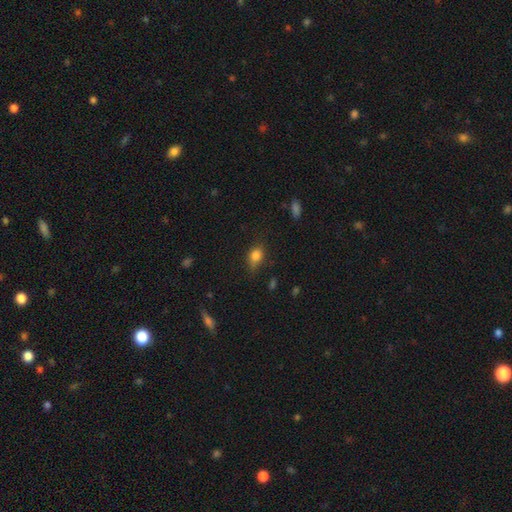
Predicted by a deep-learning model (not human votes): Overall: smooth (81%). How rounded: in between (64%; round 33%). Merging: none (64%; minor disturbance 27%).